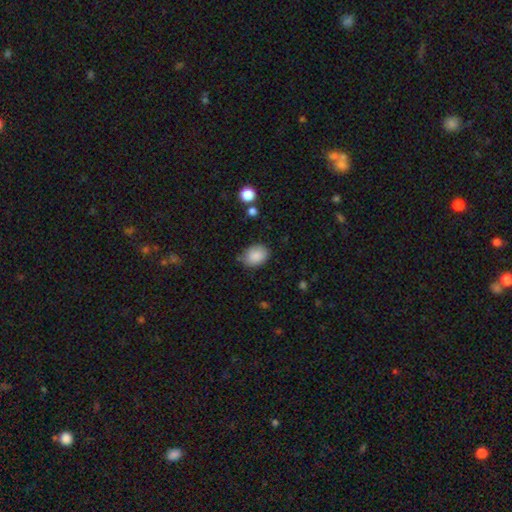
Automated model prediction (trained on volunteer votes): Smooth or featured: smooth — 87% (star or artifact — 8%)
How rounded: in between — 70% (round — 29%)
Merging: none — 73% (minor disturbance — 20%)